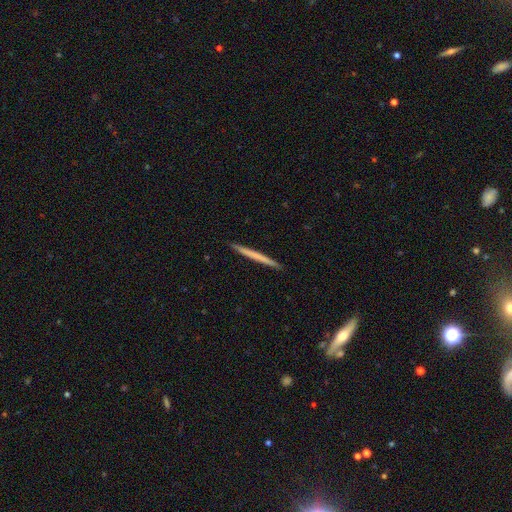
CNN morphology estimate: This is possibly a smooth galaxy (57%). How rounded: clearly cigar-shaped (97%). Merging: clearly none (93%).